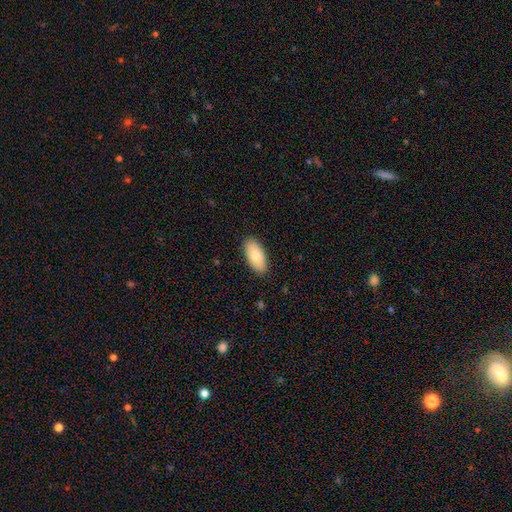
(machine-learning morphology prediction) smooth 76%, featured or disk 18%, star or artifact 6%. Down the decision tree: how rounded — in between (92%); merging — none (88%).